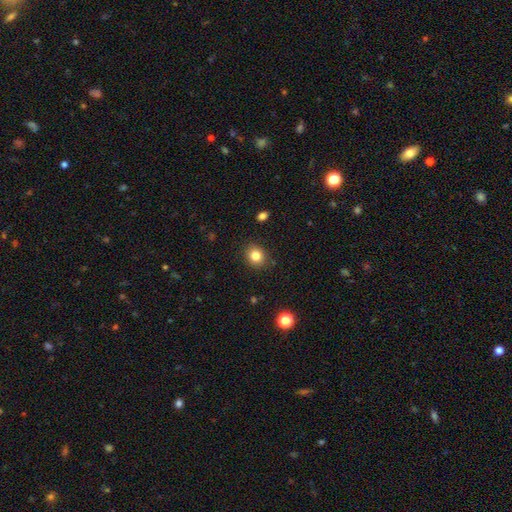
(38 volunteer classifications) This appears to be a smooth galaxy with no disk features (84%) that is round (72%). Merging: none (78%).